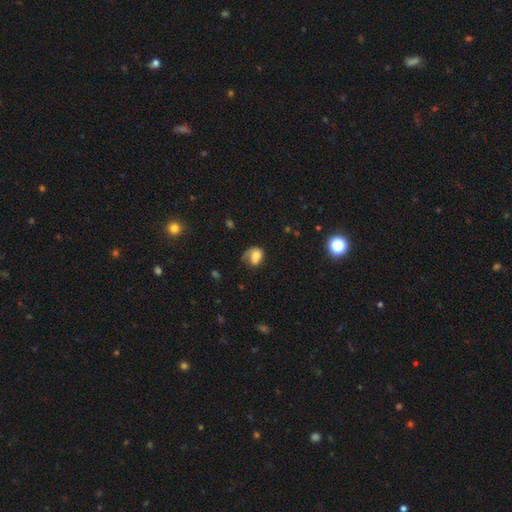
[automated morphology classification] Smooth or featured? smooth (60%)
How rounded? in between (61%)
Merging? none (35%)